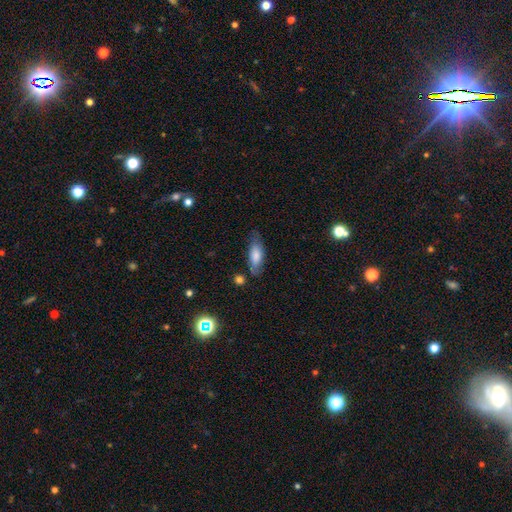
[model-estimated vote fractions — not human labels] smooth-or-featured: smooth: 73% | featured or disk: 21% | star or artifact: 7%
  how-rounded: in between: 71% | cigar-shaped: 26% | round: 2%
  merging: none: 68% | minor disturbance: 22% | major disturbance: 6% | merger: 4%